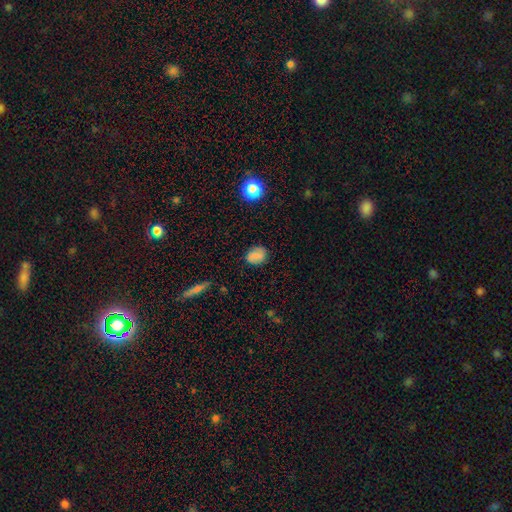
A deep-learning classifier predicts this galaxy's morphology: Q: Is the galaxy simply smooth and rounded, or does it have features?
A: smooth — 74%.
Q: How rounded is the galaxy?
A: in between — 51%.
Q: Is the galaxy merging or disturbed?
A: none — 82%.